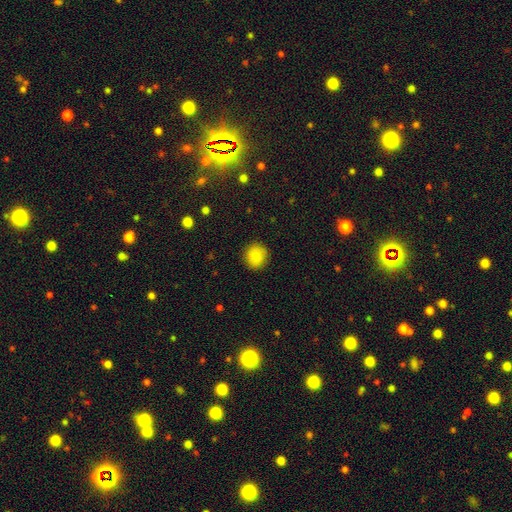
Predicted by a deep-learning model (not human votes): smooth_or_featured: smooth (p=0.86) [alt: star or artifact p=0.09]
how_rounded: round (p=0.87) [alt: in between p=0.12]
merging: none (p=0.90) [alt: minor disturbance p=0.07]